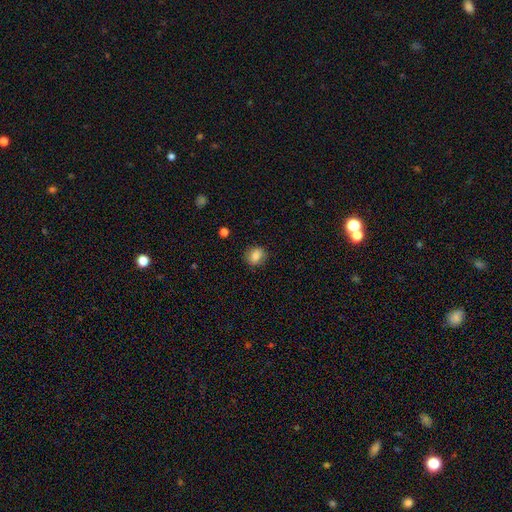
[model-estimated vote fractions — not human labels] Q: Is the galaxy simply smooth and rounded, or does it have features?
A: smooth — 85%.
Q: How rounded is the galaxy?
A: round — 63%.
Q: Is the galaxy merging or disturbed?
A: none — 85%.